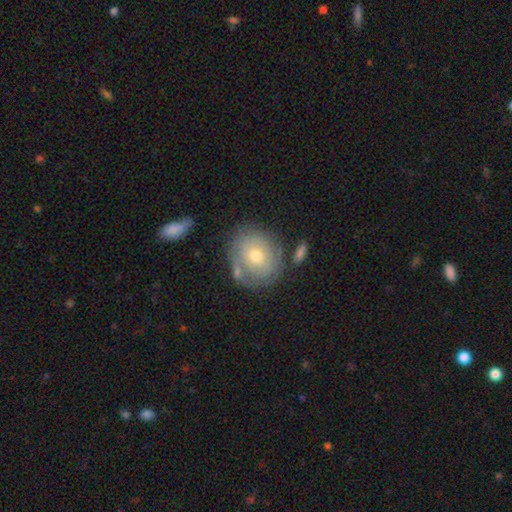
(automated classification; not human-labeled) The model was most divided on "smooth or featured": smooth: 51%, featured or disk: 41%, star or artifact: 8%. More confident: how rounded — round (69%); merging — none (66%).